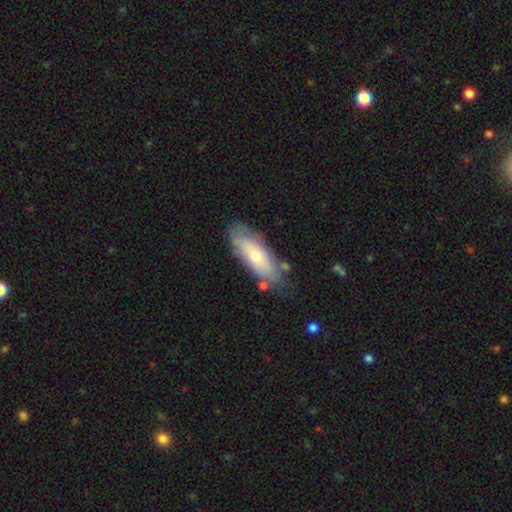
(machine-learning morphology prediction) Q: Smooth or featured?
A: smooth (59%); runner-up: featured or disk (35%)
Q: How rounded?
A: in between (67%); runner-up: cigar-shaped (31%)
Q: Merging?
A: none (69%); runner-up: minor disturbance (21%)